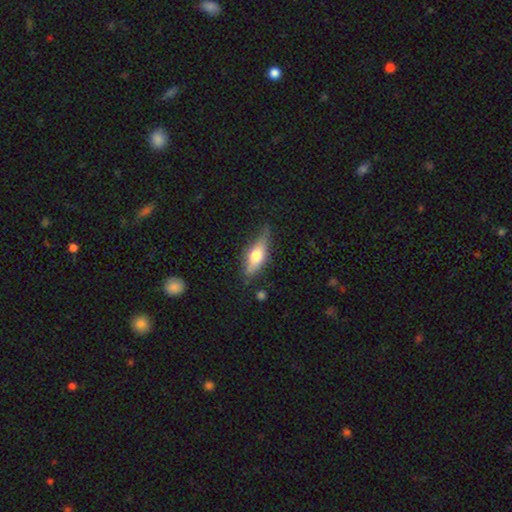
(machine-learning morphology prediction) smooth 52%, featured or disk 41%, star or artifact 6%. Down the decision tree: how rounded — in between (57%); merging — none (68%).